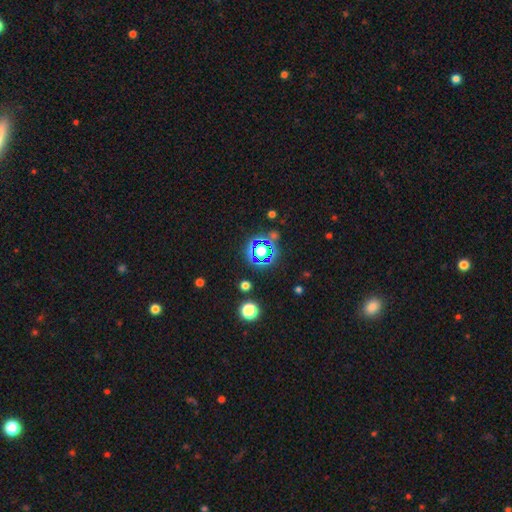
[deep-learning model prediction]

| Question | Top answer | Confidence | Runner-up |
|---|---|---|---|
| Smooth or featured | star or artifact | 65% | smooth (25%) |